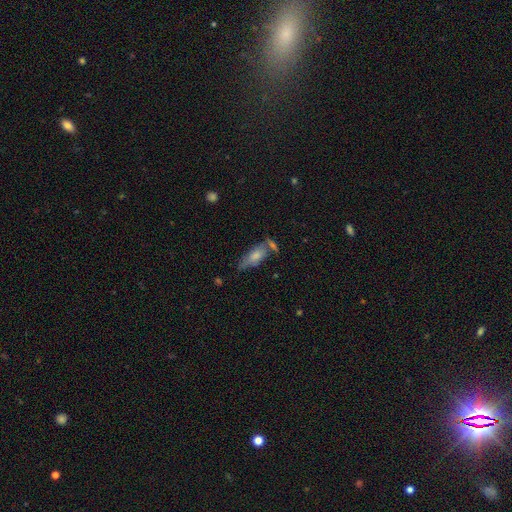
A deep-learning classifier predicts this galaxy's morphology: smooth-or-featured: smooth: 66% | featured or disk: 27% | star or artifact: 7%
  how-rounded: in between: 69% | cigar-shaped: 29% | round: 3%
  merging: none: 49% | minor disturbance: 23% | merger: 20% | major disturbance: 9%